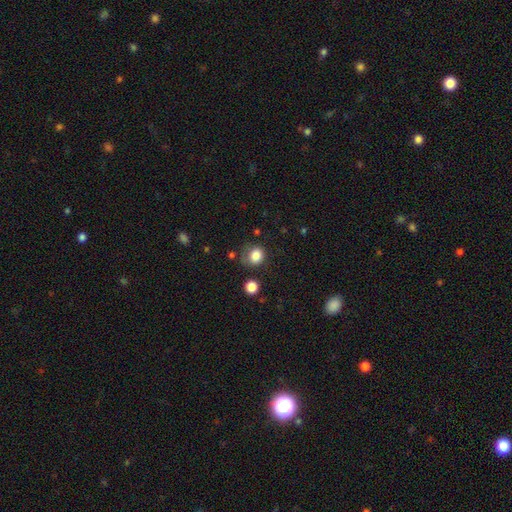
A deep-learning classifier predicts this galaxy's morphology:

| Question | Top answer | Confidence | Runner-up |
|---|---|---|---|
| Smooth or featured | smooth | 83% | star or artifact (11%) |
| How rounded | round | 67% | in between (32%) |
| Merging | none | 61% | minor disturbance (24%) |